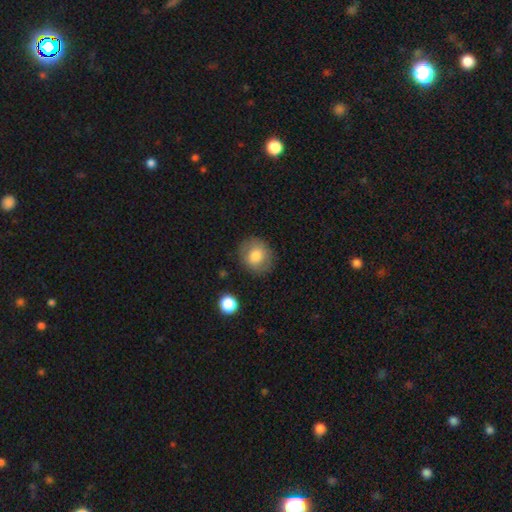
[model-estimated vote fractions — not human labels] The model was most divided on "how rounded": round: 77%, in between: 22%, cigar-shaped: 1%. More confident: merging — none (82%); smooth or featured — smooth (76%).